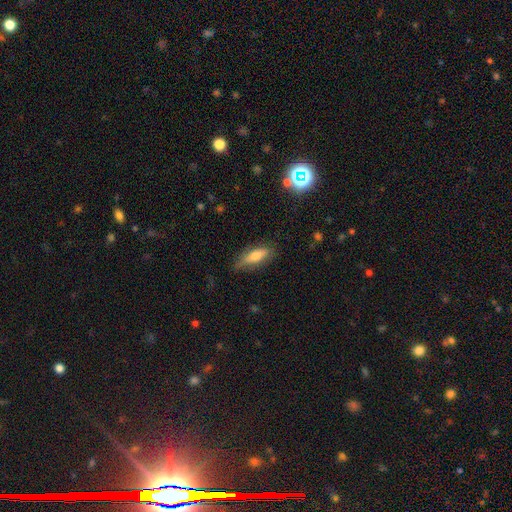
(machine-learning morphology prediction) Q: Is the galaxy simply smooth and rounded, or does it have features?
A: smooth — 65%.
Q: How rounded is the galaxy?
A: in between — 58%.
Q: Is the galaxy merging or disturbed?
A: none — 67%.